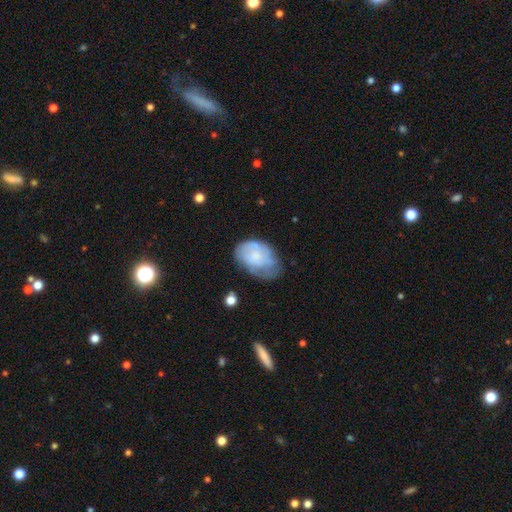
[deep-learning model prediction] This is possibly a smooth galaxy (54%). How rounded: clearly in between (86%). Merging: marginally none (45%).